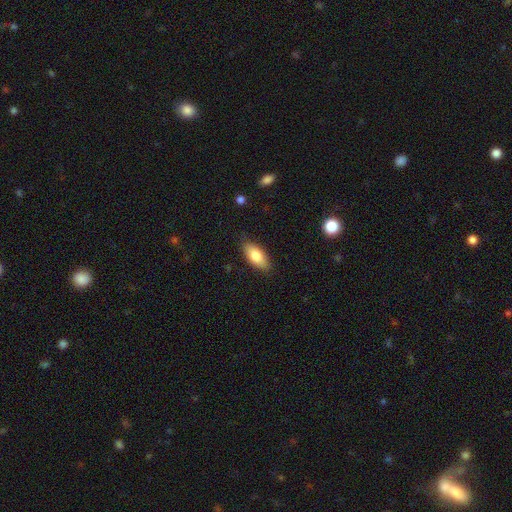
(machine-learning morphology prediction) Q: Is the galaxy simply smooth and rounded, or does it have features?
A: smooth — 79%.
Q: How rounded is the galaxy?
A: in between — 85%.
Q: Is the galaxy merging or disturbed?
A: none — 84%.